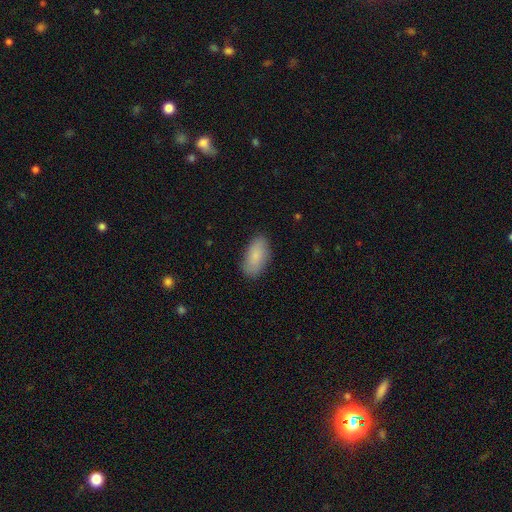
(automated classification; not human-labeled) Overall: smooth (86%). How rounded: in between (92%). Merging: none (85%).